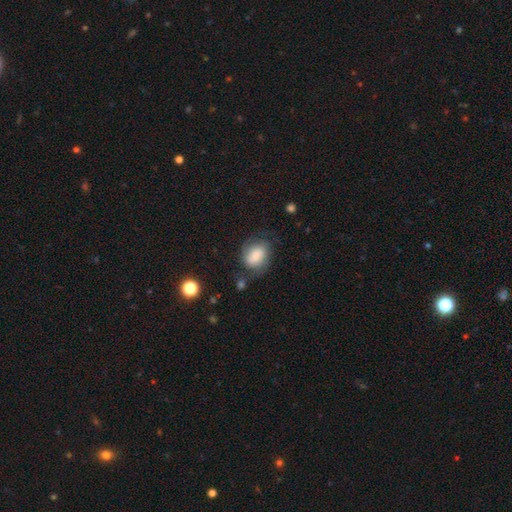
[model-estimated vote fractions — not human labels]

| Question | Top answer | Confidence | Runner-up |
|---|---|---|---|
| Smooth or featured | smooth | 60% | featured or disk (31%) |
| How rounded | in between | 66% | round (33%) |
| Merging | none | 54% | minor disturbance (27%) |